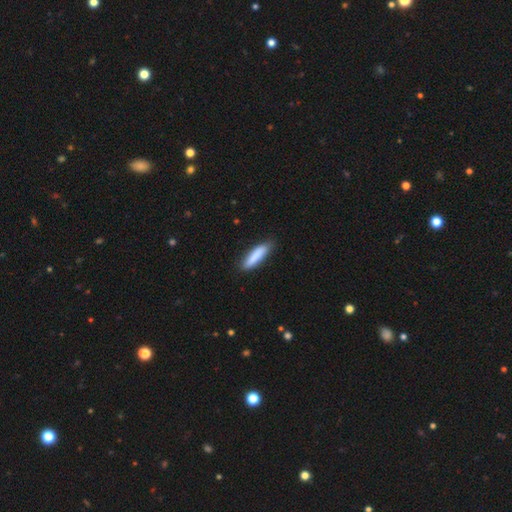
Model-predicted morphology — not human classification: This appears to be a smooth galaxy with no disk features (86%) that is cigar-shaped (74%). Merging: none (84%).